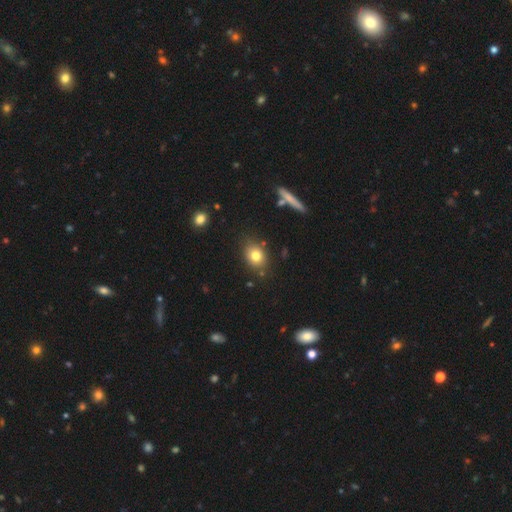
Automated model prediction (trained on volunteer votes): A smooth galaxy with no disk features (78%) that is in between round and cigar-shaped (52%).

Vote fractions:
- Smooth or featured? smooth: 78% / star or artifact: 11% / featured or disk: 11%
- How rounded? in between: 52% / round: 47% / cigar-shaped: 2%
- Merging? none: 81% / minor disturbance: 12% / merger: 4% / major disturbance: 3%